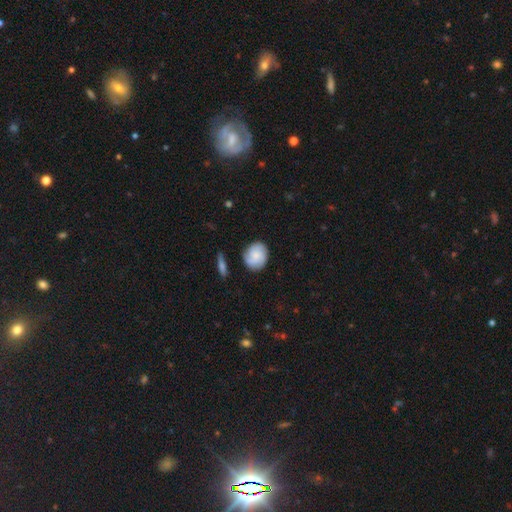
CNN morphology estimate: Smooth or featured: smooth — 64% (featured or disk — 29%)
How rounded: round — 65% (in between — 34%)
Merging: none — 79% (minor disturbance — 16%)